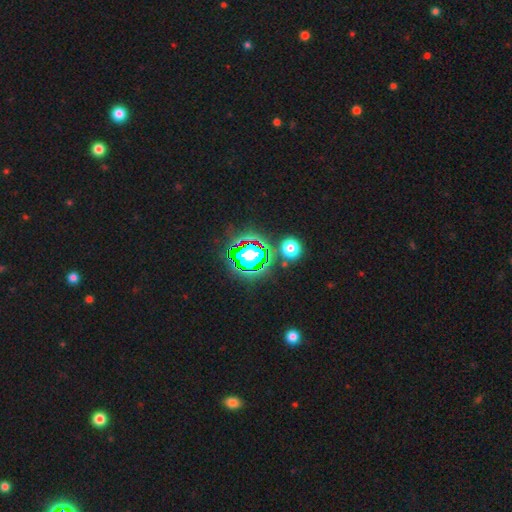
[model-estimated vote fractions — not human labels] Q: Smooth or featured?
A: star or artifact (67%); runner-up: smooth (20%)